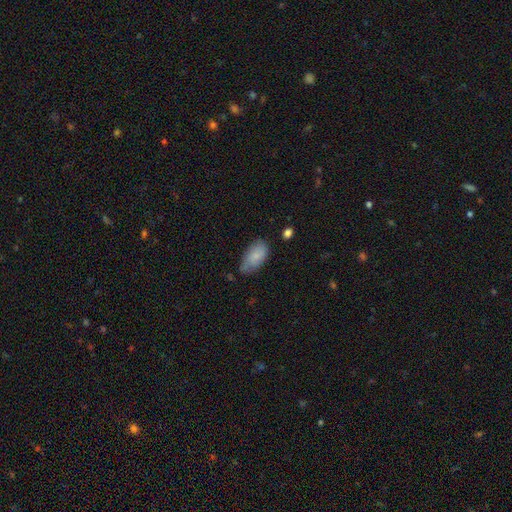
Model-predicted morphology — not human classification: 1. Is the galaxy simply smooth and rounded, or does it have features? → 79% smooth, 14% featured or disk, 7% star or artifact.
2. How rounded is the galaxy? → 94% in between, 3% round, 3% cigar-shaped.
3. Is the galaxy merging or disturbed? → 59% none, 32% minor disturbance, 6% major disturbance, 3% merger.